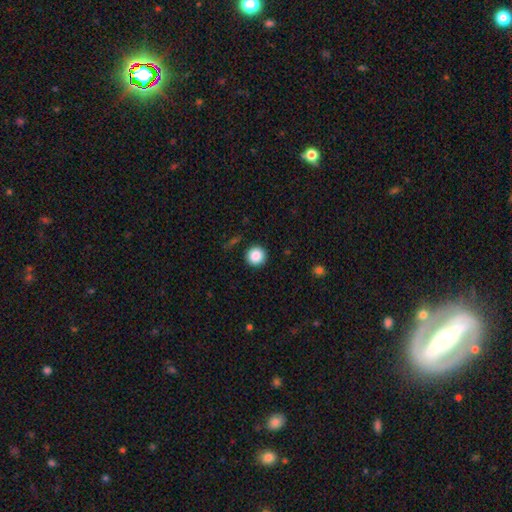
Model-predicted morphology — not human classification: The model was most divided on "smooth or featured": smooth: 87%, star or artifact: 10%, featured or disk: 4%. More confident: how rounded — round (96%); merging — none (91%).